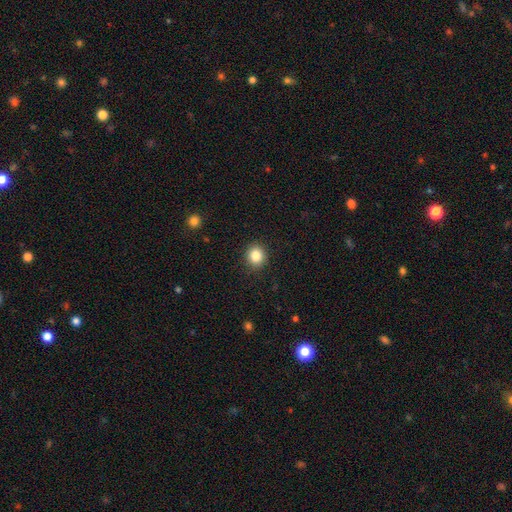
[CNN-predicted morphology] Q: Smooth or featured?
A: smooth (84%); runner-up: star or artifact (10%)
Q: How rounded?
A: round (84%); runner-up: in between (15%)
Q: Merging?
A: none (91%); runner-up: minor disturbance (6%)